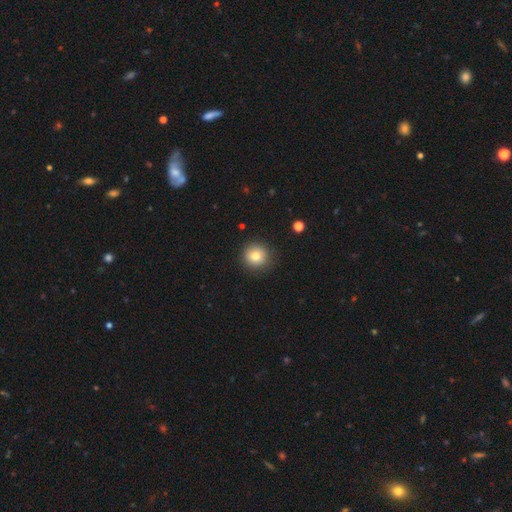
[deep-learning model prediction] smooth 79%, star or artifact 11%, featured or disk 10%. Down the decision tree: how rounded — round (93%); merging — none (90%).